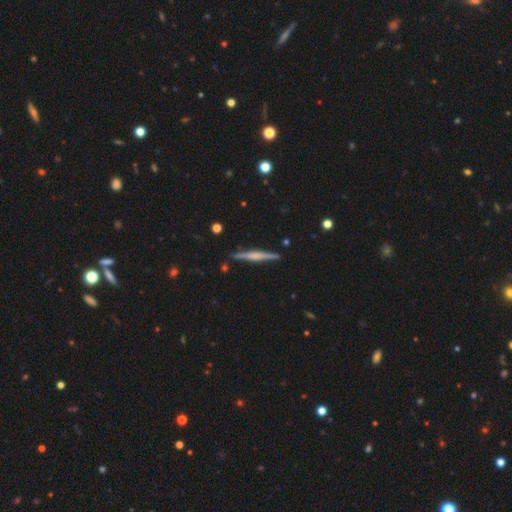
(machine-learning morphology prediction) Smooth or featured? featured or disk (71%)
Edge-on disk? yes (98%)
Edge-on bulge? rounded (52%)
Merging? none (90%)